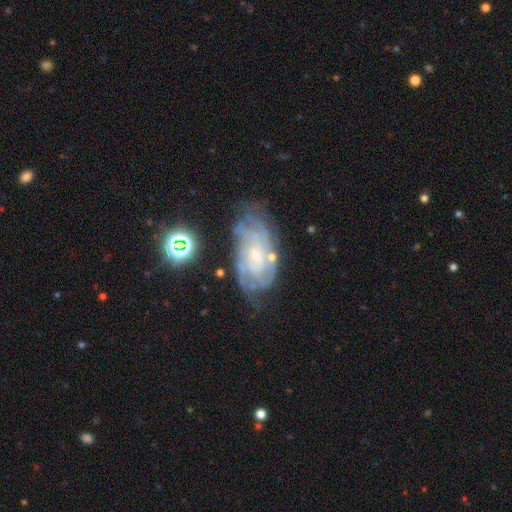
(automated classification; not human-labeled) smooth-or-featured: featured or disk: 76% | smooth: 15% | star or artifact: 9%
  disk-edge-on: no: 95% | yes: 5%
    bar: no: 61% | weak: 32% | strong: 7%
    has-spiral-arms: yes: 89% | no: 11%
      spiral-winding: tight: 66% | medium: 27% | loose: 7%
      spiral-arm-count: can't tell: 55% | 2: 15% | 3: 12% | 4: 9% | more than 4: 5% | 1: 4%
    bulge-size: small: 54% | moderate: 26% | none: 15% | large: 3% | dominant: 1%
  merging: none: 61% | minor disturbance: 24% | major disturbance: 11% | merger: 4%